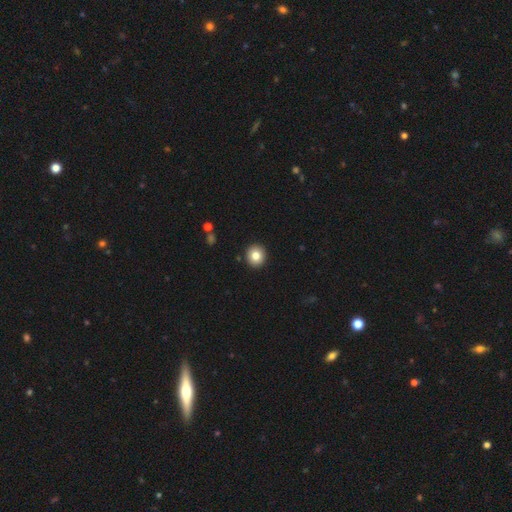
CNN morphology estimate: smooth-or-featured: smooth: 81% | star or artifact: 10% | featured or disk: 9%
  how-rounded: round: 90% | in between: 9% | cigar-shaped: 1%
  merging: none: 92% | minor disturbance: 5% | major disturbance: 1% | merger: 1%